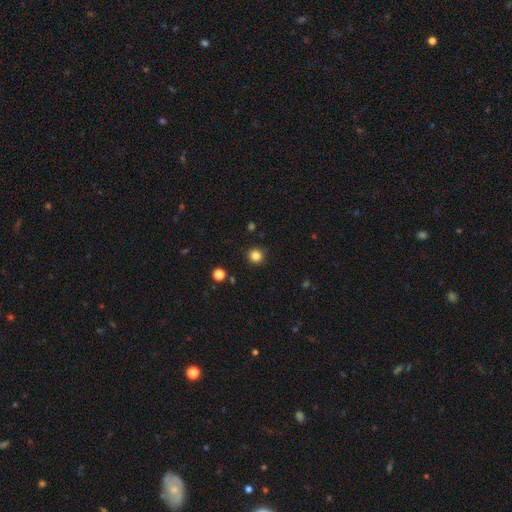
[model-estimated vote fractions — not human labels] Q: Smooth or featured?
A: smooth (84%); runner-up: star or artifact (12%)
Q: How rounded?
A: round (95%); runner-up: in between (4%)
Q: Merging?
A: none (91%); runner-up: minor disturbance (6%)